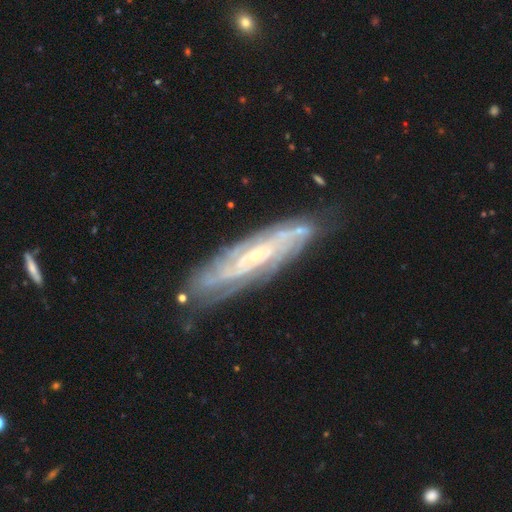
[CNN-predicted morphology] This appears to be a featured or disk galaxy (86%) with no bar (56%), tight (66%) spiral arms (95%) and a small central bulge (75%). Merging: none (77%).